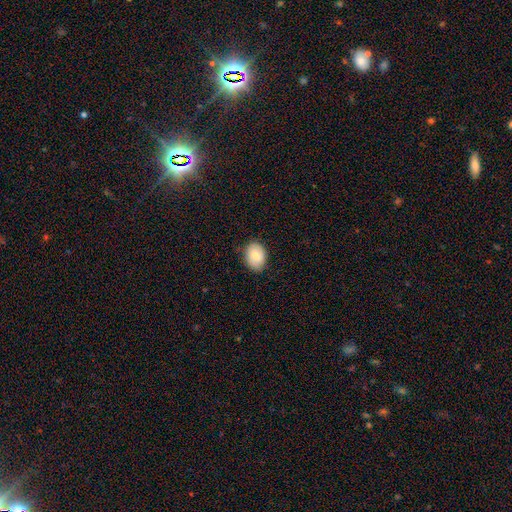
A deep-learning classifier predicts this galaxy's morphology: The model was most divided on "how rounded": in between: 78%, round: 21%, cigar-shaped: 1%. More confident: merging — none (83%); smooth or featured — smooth (81%).